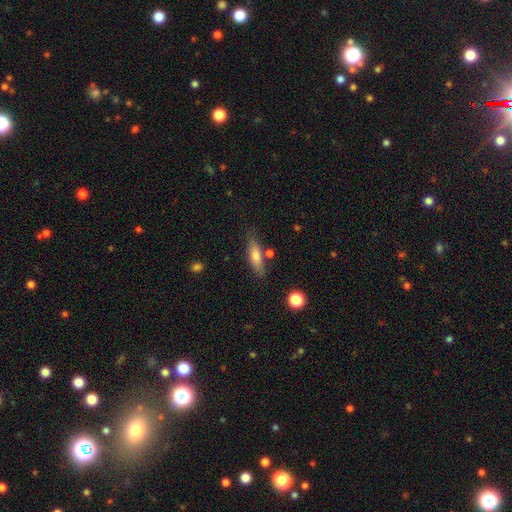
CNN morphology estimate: This is likely a smooth galaxy (69%). How rounded: likely cigar-shaped (61%). Merging: likely none (73%).